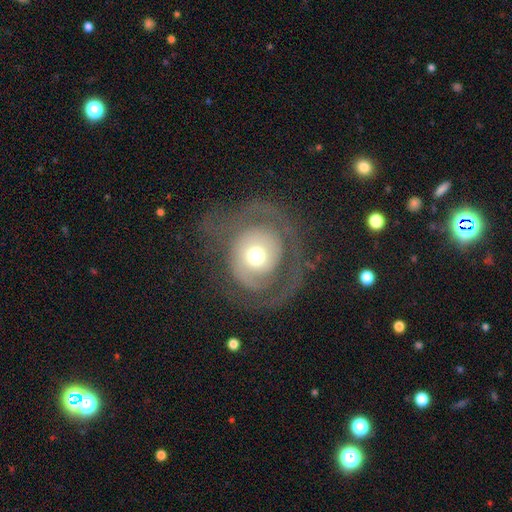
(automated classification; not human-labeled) Smooth or featured? Predicted: featured or disk (p=0.66). Edge-on disk? Predicted: no (p=0.97). Bar? Predicted: no (p=0.81). Spiral arms? Predicted: yes (p=0.74). Bulge size? Predicted: moderate (p=0.63). Merging? Predicted: none (p=0.55).